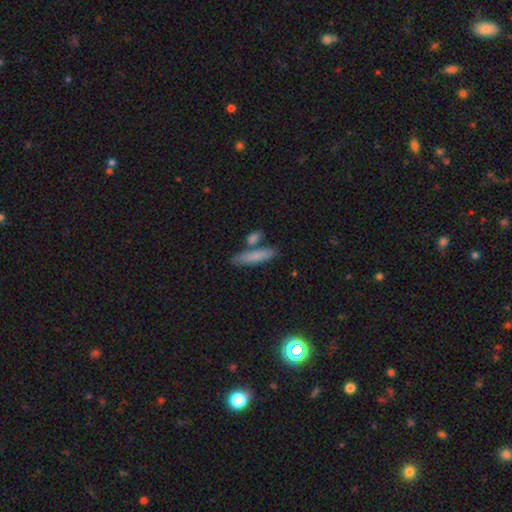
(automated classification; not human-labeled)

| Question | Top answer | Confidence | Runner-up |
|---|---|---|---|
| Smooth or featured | smooth | 78% | featured or disk (15%) |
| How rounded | cigar-shaped | 76% | in between (21%) |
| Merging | none | 70% | merger (15%) |